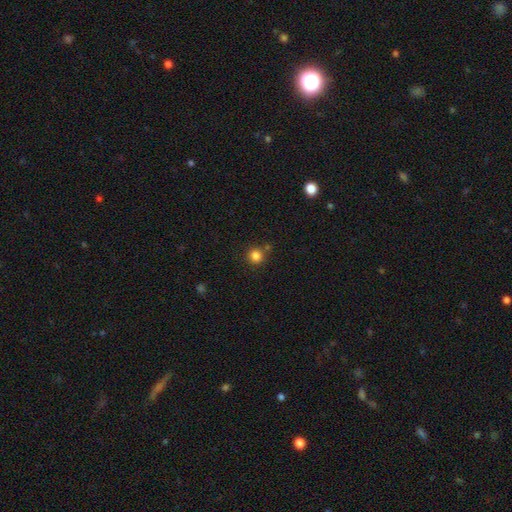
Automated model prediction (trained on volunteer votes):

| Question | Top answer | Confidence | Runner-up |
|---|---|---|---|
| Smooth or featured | smooth | 84% | star or artifact (12%) |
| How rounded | round | 91% | in between (8%) |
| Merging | none | 79% | minor disturbance (10%) |